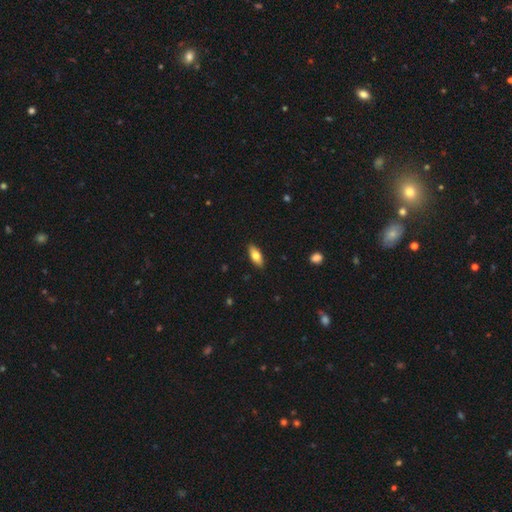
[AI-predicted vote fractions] smooth-or-featured: smooth: 73% | featured or disk: 20% | star or artifact: 7%
  how-rounded: in between: 81% | cigar-shaped: 17% | round: 3%
  merging: none: 89% | minor disturbance: 8% | major disturbance: 2% | merger: 1%